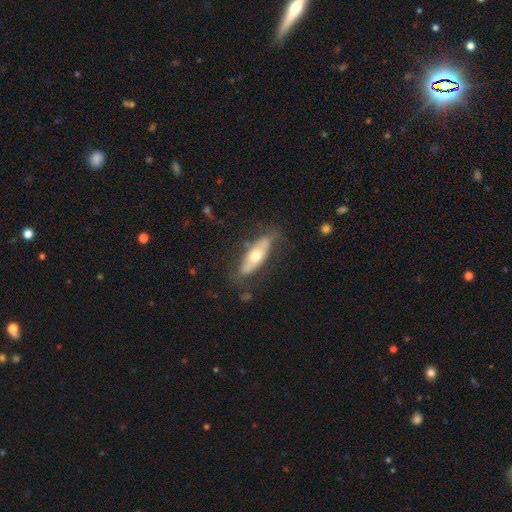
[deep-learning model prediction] Overall: smooth (49%; featured or disk 46%). Merging: none (73%).